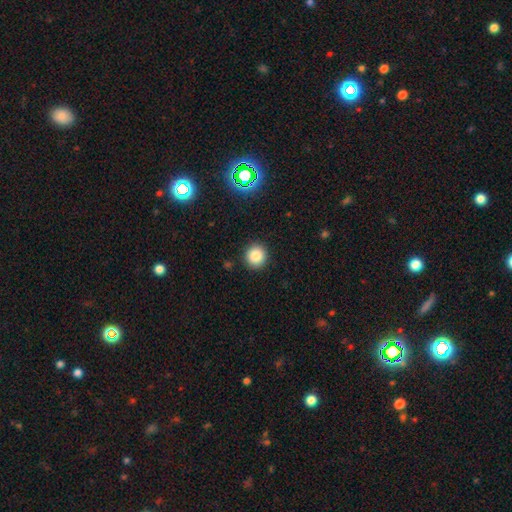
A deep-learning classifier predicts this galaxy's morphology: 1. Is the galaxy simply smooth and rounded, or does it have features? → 84% smooth, 11% star or artifact, 5% featured or disk.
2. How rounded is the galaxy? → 92% round, 7% in between, 1% cigar-shaped.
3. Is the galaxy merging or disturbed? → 91% none, 6% minor disturbance, 2% major disturbance, 1% merger.